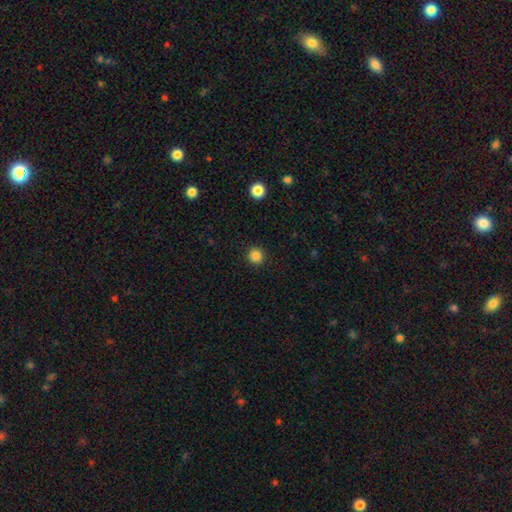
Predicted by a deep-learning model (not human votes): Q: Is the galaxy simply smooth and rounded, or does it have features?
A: smooth — 85%.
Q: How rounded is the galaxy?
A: round — 89%.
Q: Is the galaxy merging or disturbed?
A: none — 92%.